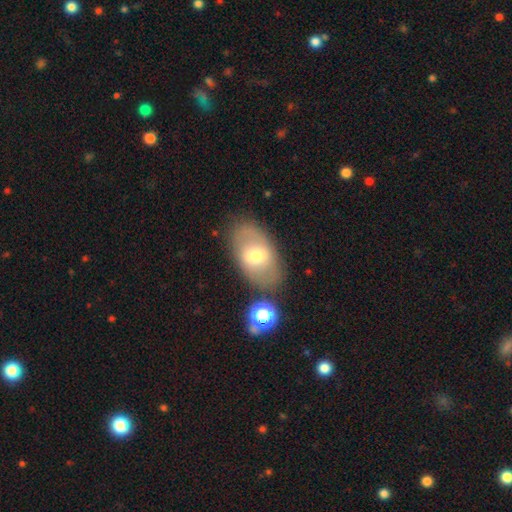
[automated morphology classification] smooth-or-featured: smooth: 58% | featured or disk: 33% | star or artifact: 9%
  how-rounded: in between: 90% | round: 8% | cigar-shaped: 2%
  merging: none: 75% | minor disturbance: 14% | merger: 6% | major disturbance: 5%